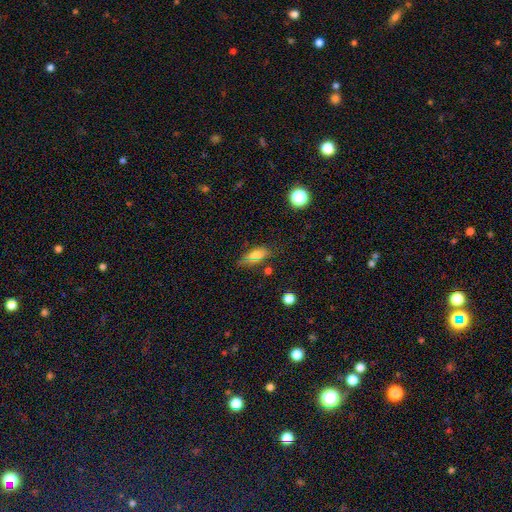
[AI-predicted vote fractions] Q: Smooth or featured?
A: smooth (71%); runner-up: featured or disk (15%)
Q: How rounded?
A: in between (78%); runner-up: cigar-shaped (17%)
Q: Merging?
A: none (76%); runner-up: minor disturbance (16%)